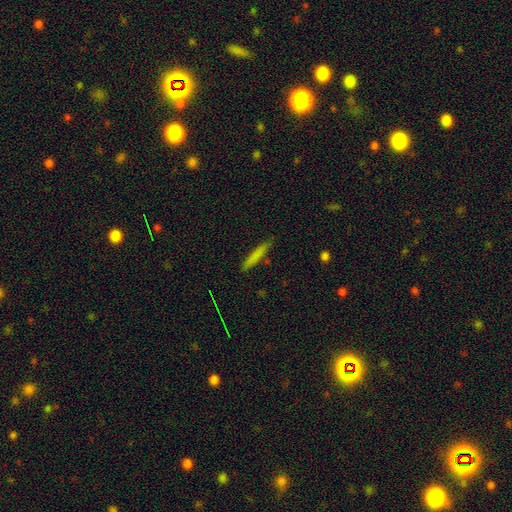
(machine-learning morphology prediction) type=smooth (74%); roundness=cigar-shaped (94%); merging=none (86%).